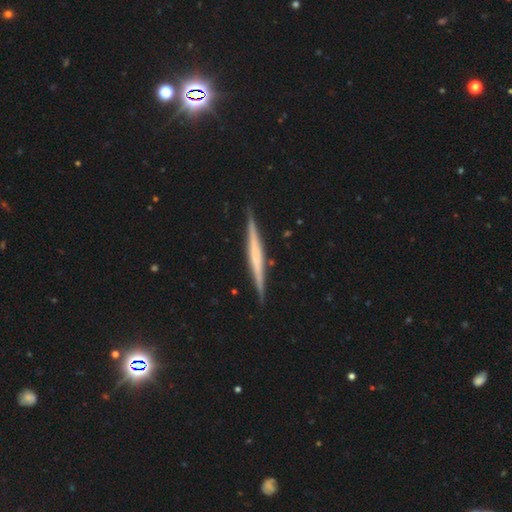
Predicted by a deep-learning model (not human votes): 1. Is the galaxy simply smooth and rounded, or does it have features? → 66% featured or disk, 28% smooth, 6% star or artifact.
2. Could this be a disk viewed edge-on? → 98% yes, 2% no.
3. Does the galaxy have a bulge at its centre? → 62% none, 20% rounded, 18% boxy.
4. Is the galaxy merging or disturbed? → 90% none, 7% minor disturbance, 1% major disturbance, 1% merger.